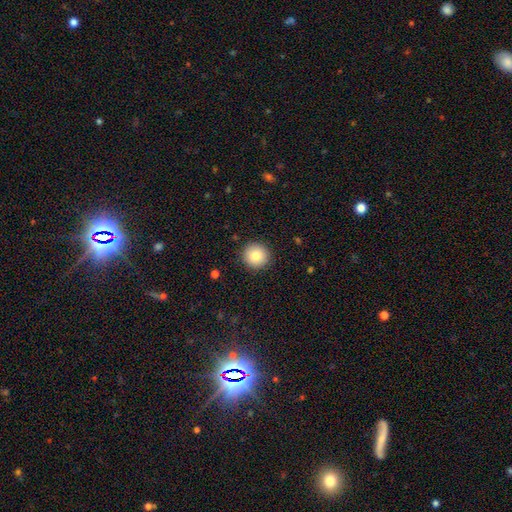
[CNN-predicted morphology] A smooth galaxy with no disk features (83%) that is round (95%).

Vote fractions:
- Smooth or featured? smooth: 83% / star or artifact: 9% / featured or disk: 8%
- How rounded? round: 95% / in between: 4% / cigar-shaped: 1%
- Merging? none: 91% / minor disturbance: 6% / major disturbance: 2% / merger: 1%